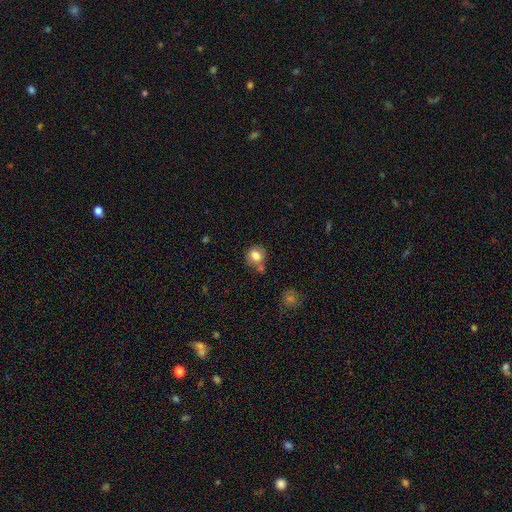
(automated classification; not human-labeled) smooth-or-featured: smooth: 80% | featured or disk: 10% | star or artifact: 10%
  how-rounded: round: 77% | in between: 22% | cigar-shaped: 1%
  merging: none: 62% | minor disturbance: 18% | merger: 15% | major disturbance: 5%